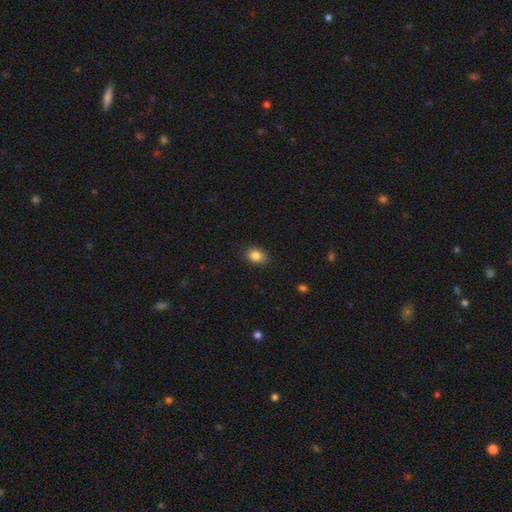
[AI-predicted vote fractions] Overall: smooth (84%). How rounded: in between (72%). Merging: none (85%).